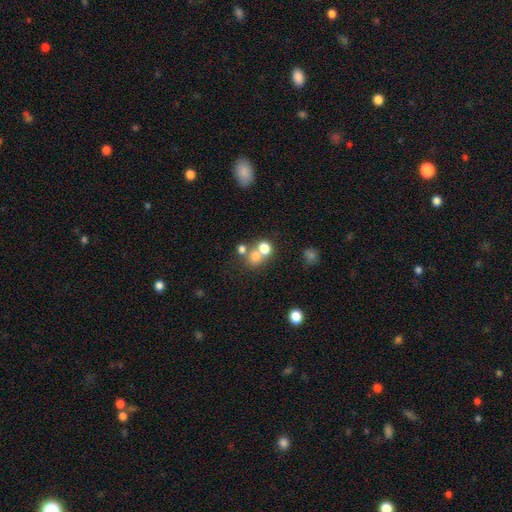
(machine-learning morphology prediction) Smooth or featured: smooth — 69% (star or artifact — 17%)
How rounded: round — 76% (in between — 23%)
Merging: merger — 46% (none — 42%)